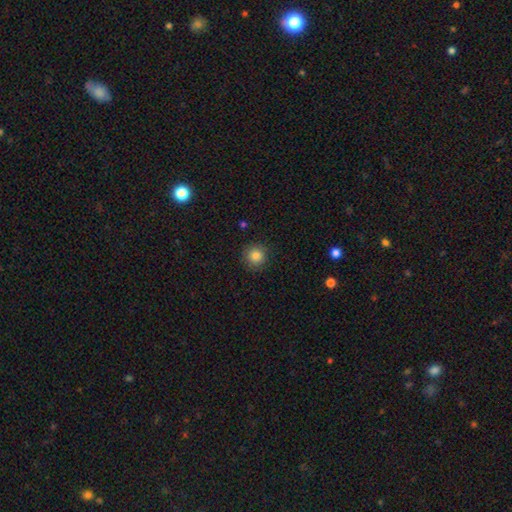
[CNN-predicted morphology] Smooth or featured? Predicted: smooth (p=0.85). How rounded? Predicted: round (p=0.94). Merging? Predicted: none (p=0.89).